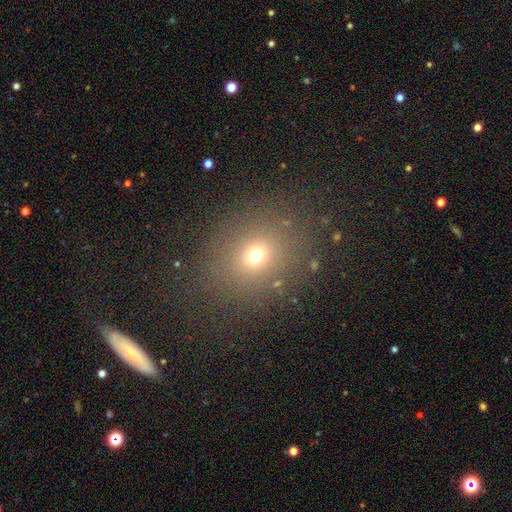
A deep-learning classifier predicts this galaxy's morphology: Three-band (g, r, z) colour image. It shows a smooth galaxy with no disk features (67%) that is round (71%). Merging: none (82%).